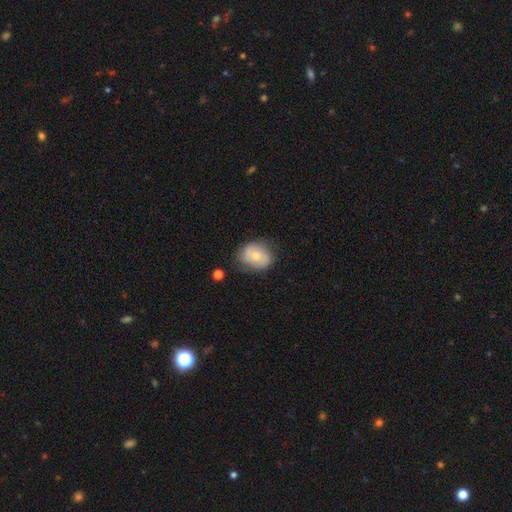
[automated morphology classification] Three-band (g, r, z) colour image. It shows a featured or disk galaxy (47%). Merging: none (69%).